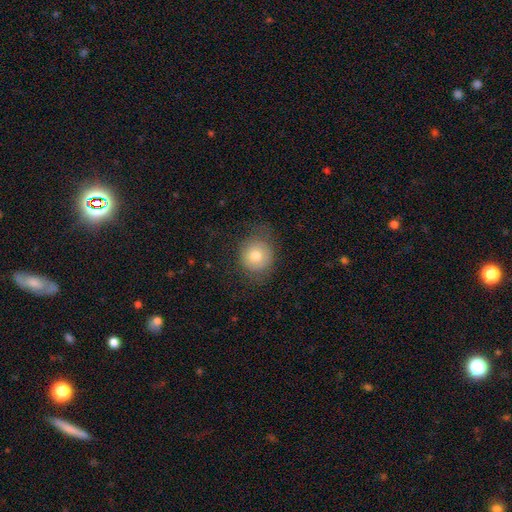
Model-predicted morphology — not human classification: smooth_or_featured: smooth (p=0.76) [alt: featured or disk p=0.14]
how_rounded: round (p=0.85) [alt: in between p=0.14]
merging: none (p=0.73) [alt: minor disturbance p=0.17]